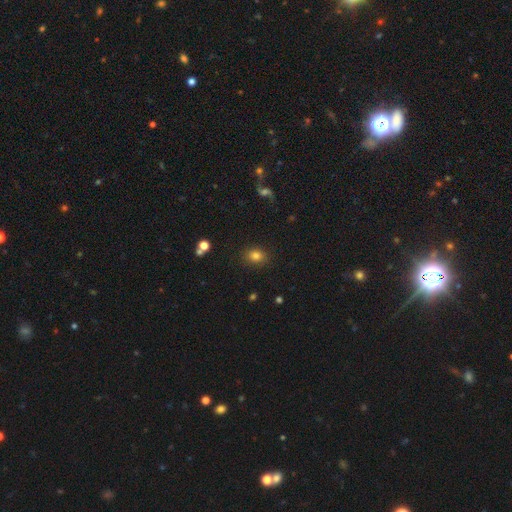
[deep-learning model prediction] smooth-or-featured: smooth: 81% | star or artifact: 12% | featured or disk: 7%
  how-rounded: in between: 50% | round: 49% | cigar-shaped: 1%
  merging: none: 87% | minor disturbance: 9% | major disturbance: 3% | merger: 2%